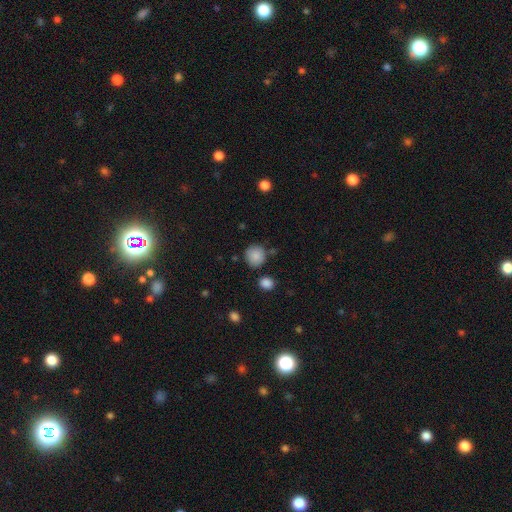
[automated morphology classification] A smooth galaxy with no disk features (85%) that is round (88%).

Vote fractions:
- Smooth or featured? smooth: 85% / star or artifact: 9% / featured or disk: 6%
- How rounded? round: 88% / in between: 11% / cigar-shaped: 1%
- Merging? none: 78% / minor disturbance: 13% / merger: 6% / major disturbance: 3%